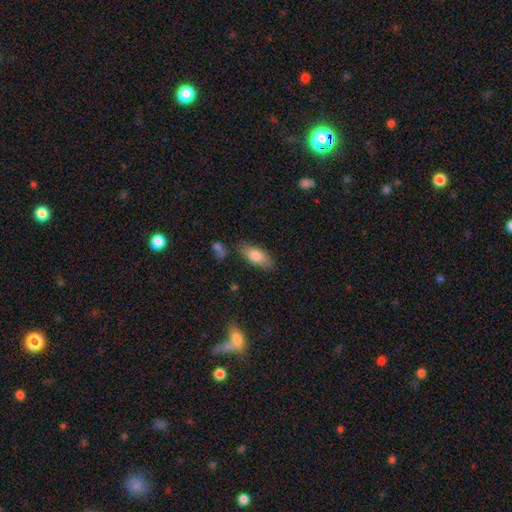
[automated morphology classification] A smooth galaxy with no disk features (79%) that is in between round and cigar-shaped (83%).

Vote fractions:
- Smooth or featured? smooth: 79% / featured or disk: 14% / star or artifact: 7%
- How rounded? in between: 83% / cigar-shaped: 14% / round: 3%
- Merging? none: 76% / minor disturbance: 15% / merger: 5% / major disturbance: 4%